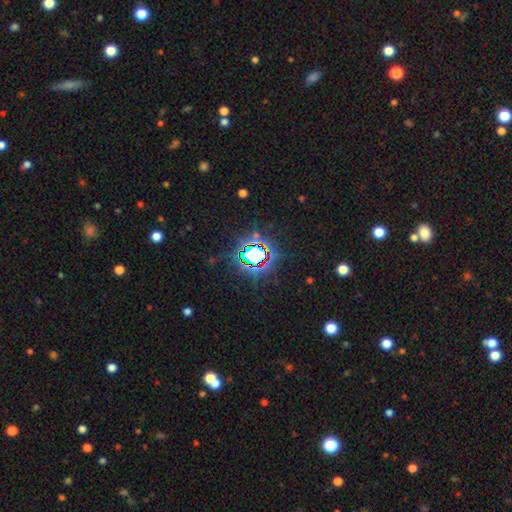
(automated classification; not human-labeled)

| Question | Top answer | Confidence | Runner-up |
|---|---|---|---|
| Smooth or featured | star or artifact | 74% | smooth (15%) |